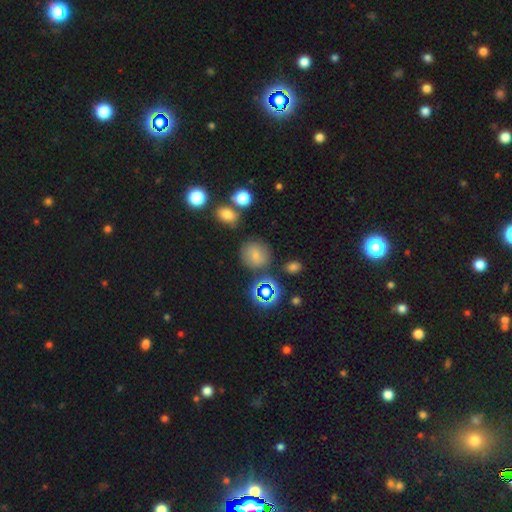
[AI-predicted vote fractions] A smooth galaxy with no disk features (65%) that is round (80%).

Vote fractions:
- Smooth or featured? smooth: 65% / featured or disk: 18% / star or artifact: 17%
- How rounded? round: 80% / in between: 19% / cigar-shaped: 1%
- Merging? none: 74% / minor disturbance: 14% / merger: 7% / major disturbance: 5%